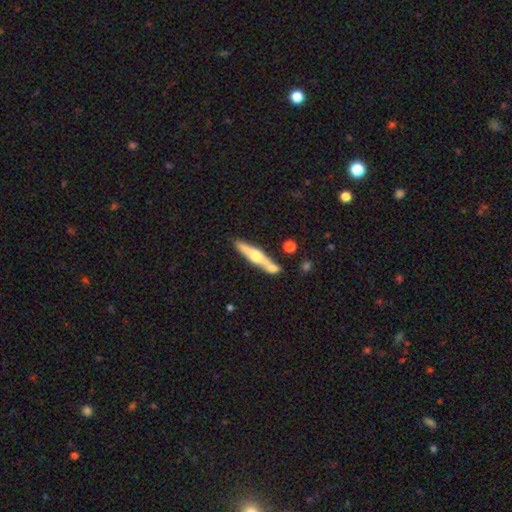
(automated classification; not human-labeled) featured or disk 56%, smooth 39%, star or artifact 6%. Down the decision tree: edge-on disk — yes (93%); edge-on bulge — rounded (88%); merging — none (66%).